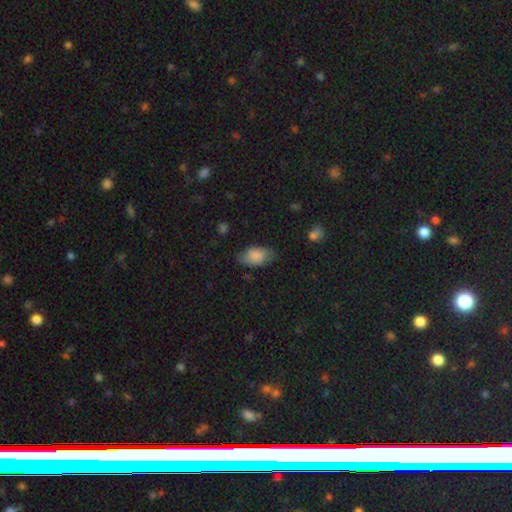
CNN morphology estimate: Smooth or featured? Predicted: smooth (p=0.78). How rounded? Predicted: in between (p=0.92). Merging? Predicted: none (p=0.71).